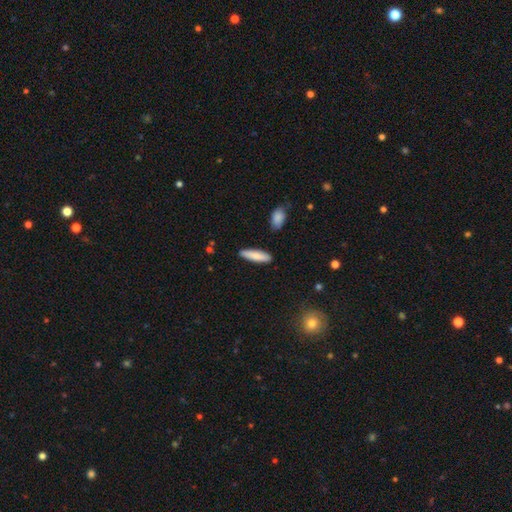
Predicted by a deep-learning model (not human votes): Smooth or featured: smooth — 79% (featured or disk — 15%)
How rounded: cigar-shaped — 71% (in between — 28%)
Merging: none — 87% (minor disturbance — 9%)